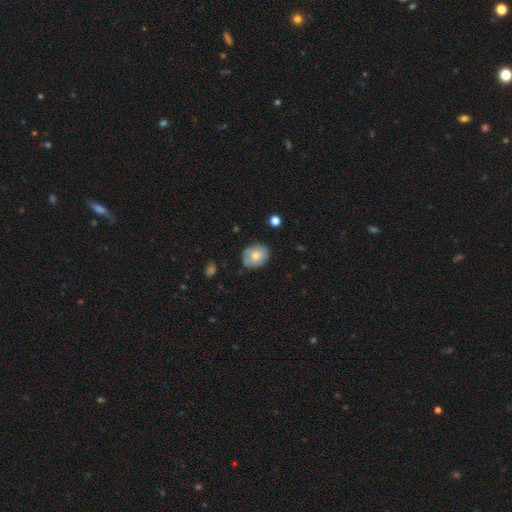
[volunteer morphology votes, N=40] Smooth or featured? 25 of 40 (62%) said smooth. How rounded? 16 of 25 (64%) said round. Merging? 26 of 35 (74%) said none.